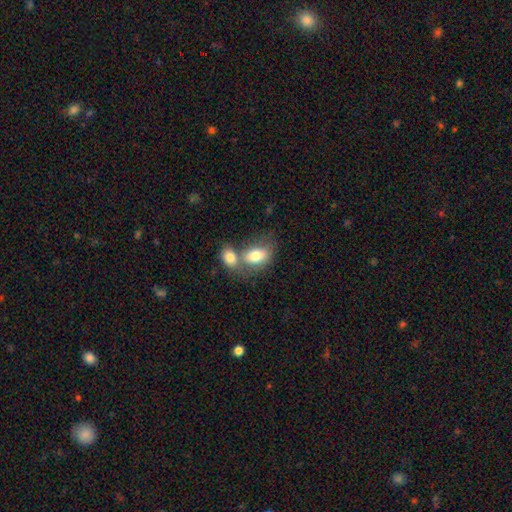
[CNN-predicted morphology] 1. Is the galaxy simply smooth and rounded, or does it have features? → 78% smooth, 16% featured or disk, 7% star or artifact.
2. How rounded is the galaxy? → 84% in between, 14% round, 2% cigar-shaped.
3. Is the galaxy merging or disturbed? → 56% merger, 28% none, 10% minor disturbance, 5% major disturbance.